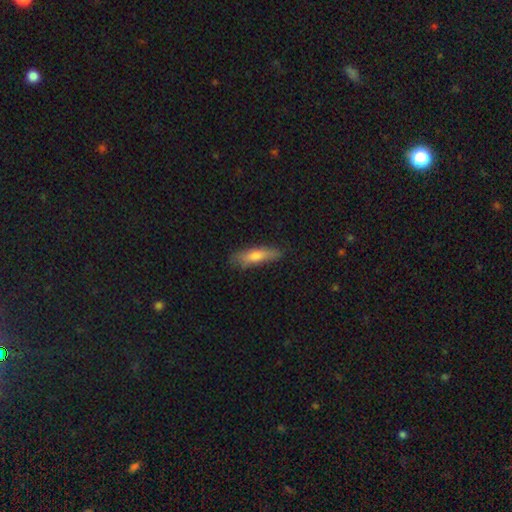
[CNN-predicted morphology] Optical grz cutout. It shows a smooth galaxy with no disk features (72%) that is cigar-shaped (66%). Merging: none (74%).